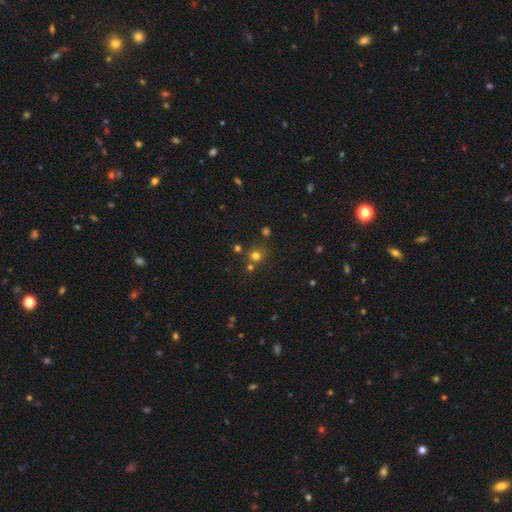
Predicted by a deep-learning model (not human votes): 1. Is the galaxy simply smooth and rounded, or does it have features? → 67% smooth, 26% star or artifact, 8% featured or disk.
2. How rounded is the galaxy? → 88% round, 11% in between, 1% cigar-shaped.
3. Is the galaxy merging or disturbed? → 70% none, 17% merger, 9% minor disturbance, 4% major disturbance.